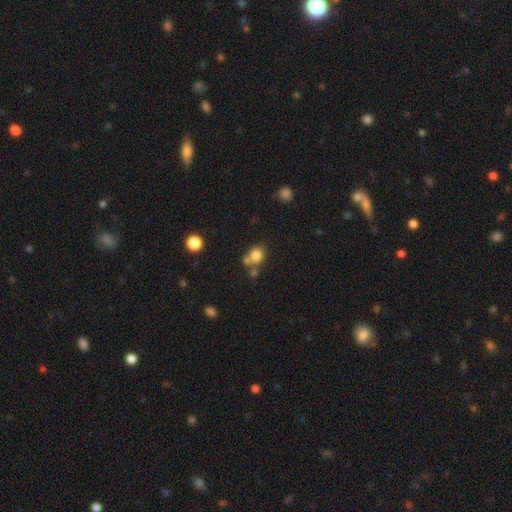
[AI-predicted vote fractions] smooth-or-featured: smooth: 78% | star or artifact: 12% | featured or disk: 9%
  how-rounded: round: 71% | in between: 28% | cigar-shaped: 1%
  merging: none: 51% | merger: 33% | minor disturbance: 11% | major disturbance: 5%